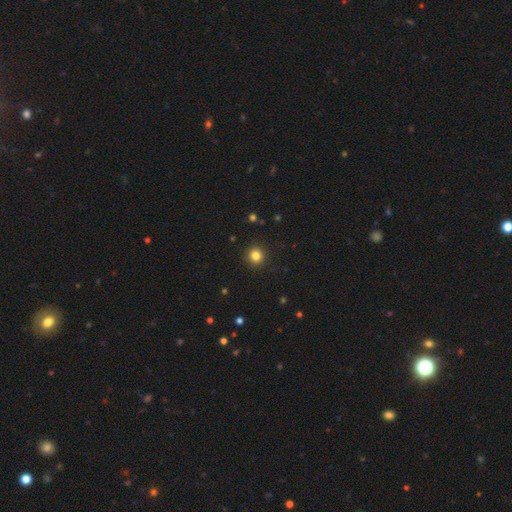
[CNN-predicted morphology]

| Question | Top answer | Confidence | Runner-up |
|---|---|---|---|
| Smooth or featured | smooth | 83% | star or artifact (12%) |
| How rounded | round | 91% | in between (8%) |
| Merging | none | 92% | minor disturbance (5%) |